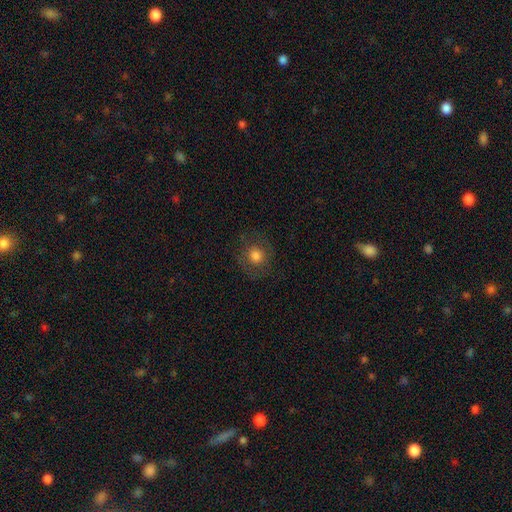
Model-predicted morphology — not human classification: Smooth or featured: smooth — 75% (featured or disk — 14%)
How rounded: round — 89% (in between — 10%)
Merging: none — 83% (minor disturbance — 11%)